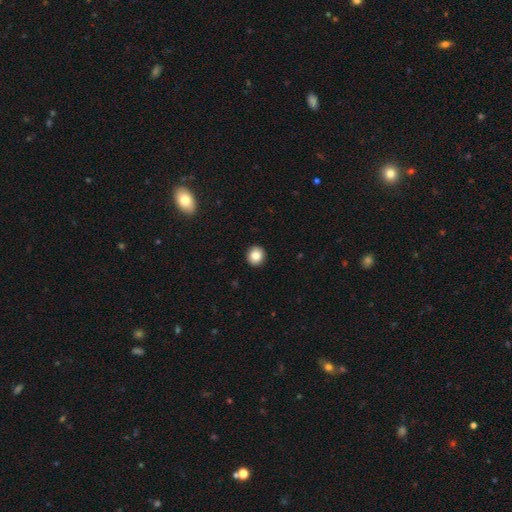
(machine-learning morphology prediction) A smooth galaxy with no disk features (86%) that is round (87%). Merging: none (92%).